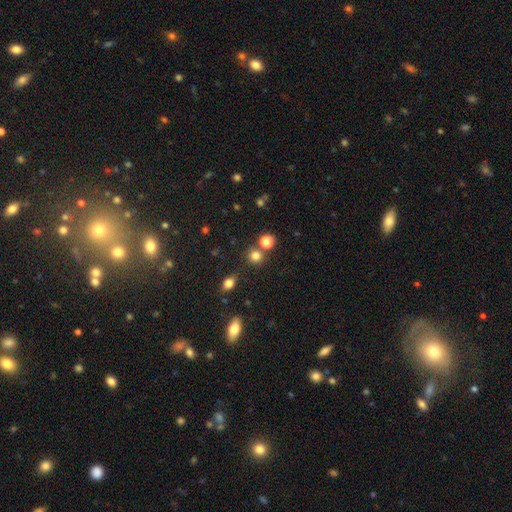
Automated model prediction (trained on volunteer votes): smooth 78%, star or artifact 16%, featured or disk 6%. Down the decision tree: how rounded — round (87%); merging — none (71%).